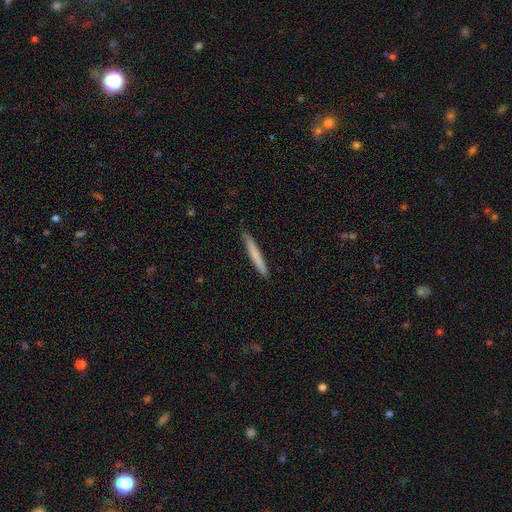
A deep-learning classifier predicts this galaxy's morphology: This is likely a smooth galaxy (70%). How rounded: clearly cigar-shaped (97%). Merging: clearly none (90%).